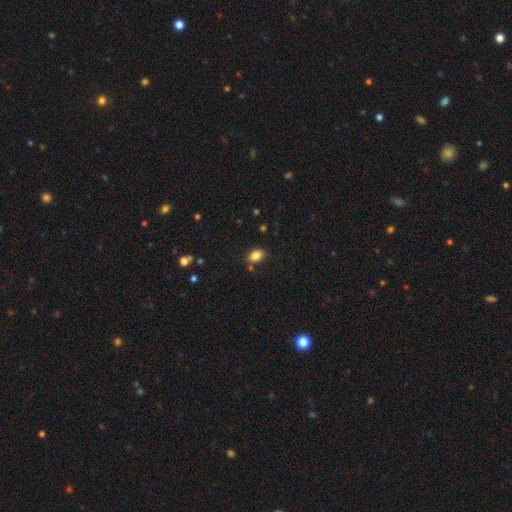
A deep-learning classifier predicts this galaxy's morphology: Smooth or featured? Predicted: smooth (p=0.83). How rounded? Predicted: in between (p=0.77). Merging? Predicted: none (p=0.80).